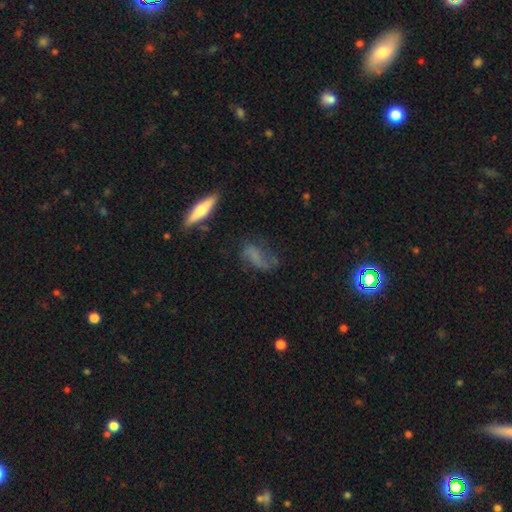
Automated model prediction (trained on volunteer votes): smooth-or-featured: smooth: 47% | featured or disk: 40% | star or artifact: 13%
  merging: none: 45% | minor disturbance: 27% | major disturbance: 24% | merger: 4%